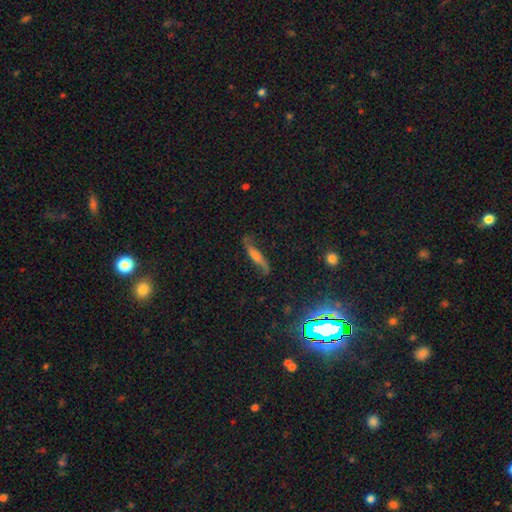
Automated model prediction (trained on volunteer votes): Smooth or featured?
  - featured or disk: 61% *
  - smooth: 26%
  - star or artifact: 13%
Edge-on disk?
  - no: 51% *
  - yes: 49%
Merging?
  - none: 69% *
  - minor disturbance: 20%
  - major disturbance: 9%
  - merger: 2%